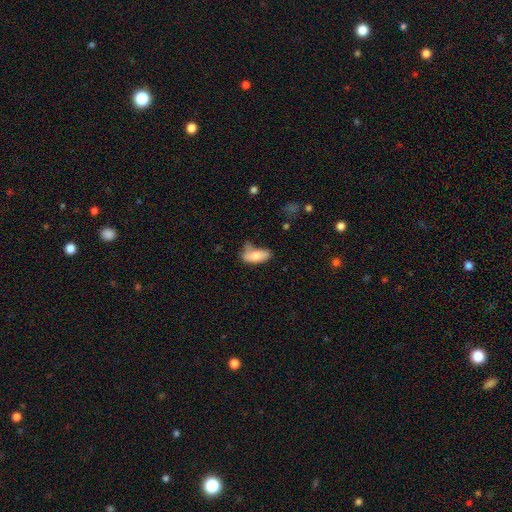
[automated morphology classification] Overall: smooth (75%). How rounded: in between (87%). Merging: none (40%; minor disturbance 35%).